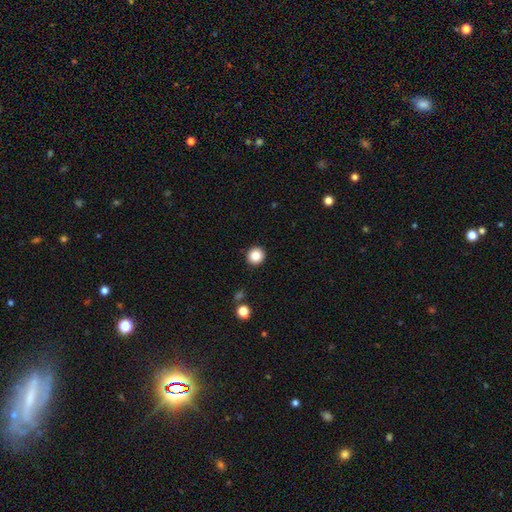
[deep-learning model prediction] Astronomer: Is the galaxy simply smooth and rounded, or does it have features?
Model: smooth — 86%.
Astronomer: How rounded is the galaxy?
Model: round — 93%.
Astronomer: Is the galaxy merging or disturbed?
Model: none — 92%.